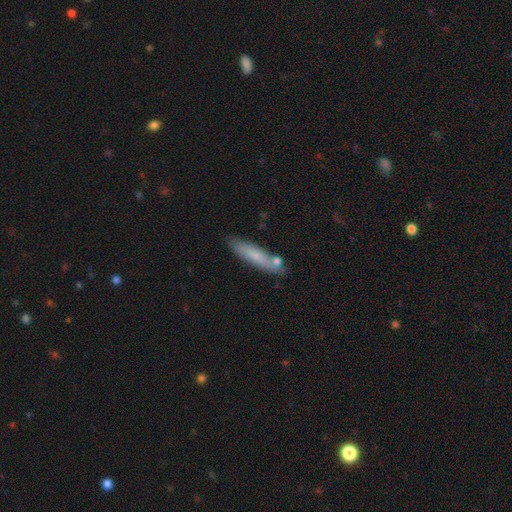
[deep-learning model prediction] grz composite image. It shows a smooth galaxy with no disk features (72%) that is cigar-shaped (83%). Merging: none (76%).